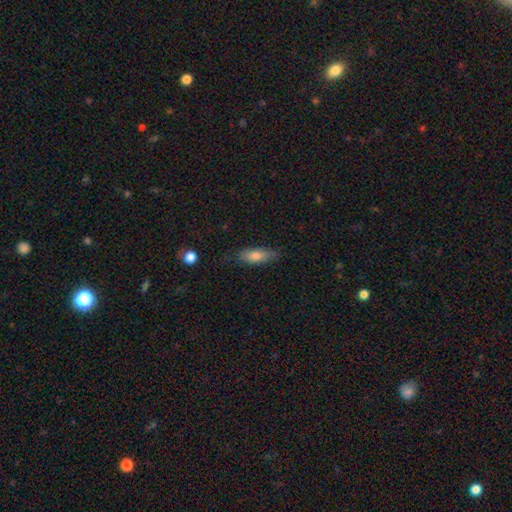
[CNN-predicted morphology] type=smooth (74%); roundness=in between (58%); merging=none (76%).